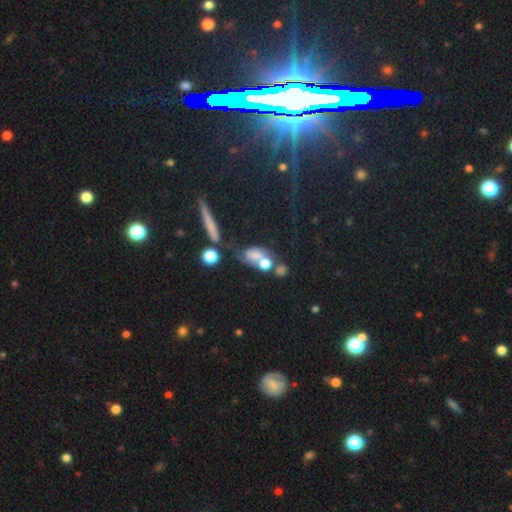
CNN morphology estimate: smooth_or_featured: smooth (p=0.47) [alt: featured or disk p=0.34]
merging: merger (p=0.40) [alt: none p=0.27]